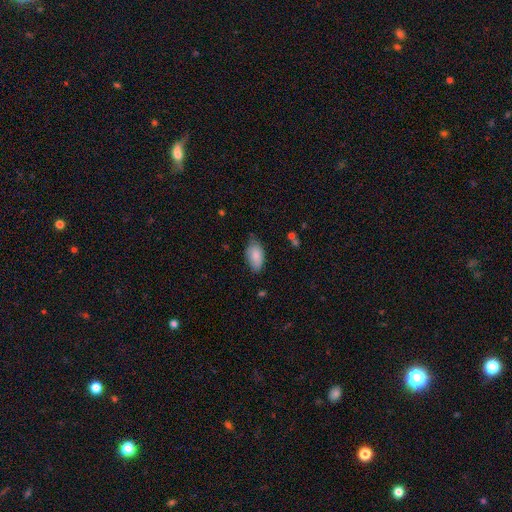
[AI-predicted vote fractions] smooth-or-featured: smooth: 83% | featured or disk: 11% | star or artifact: 6%
  how-rounded: in between: 94% | round: 3% | cigar-shaped: 3%
  merging: none: 64% | minor disturbance: 30% | major disturbance: 5% | merger: 2%